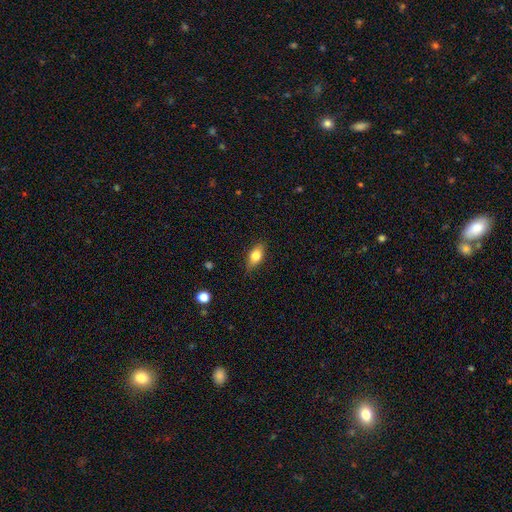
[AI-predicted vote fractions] smooth-or-featured: smooth: 72% | featured or disk: 20% | star or artifact: 8%
  how-rounded: in between: 81% | cigar-shaped: 11% | round: 8%
  merging: none: 79% | minor disturbance: 17% | major disturbance: 3% | merger: 1%